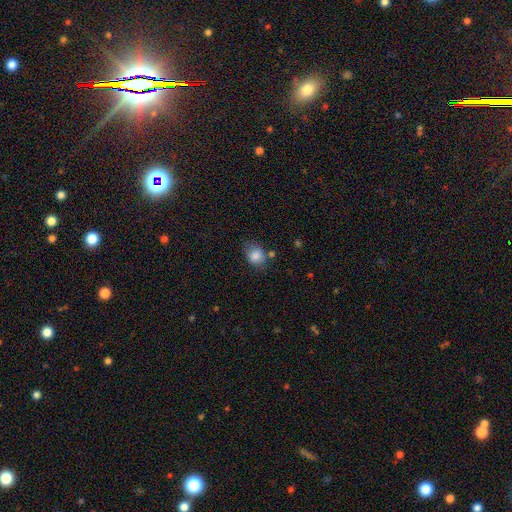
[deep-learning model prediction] This appears to be a smooth galaxy with no disk features (82%) that is in between round and cigar-shaped (54%). Merging: none (59%).